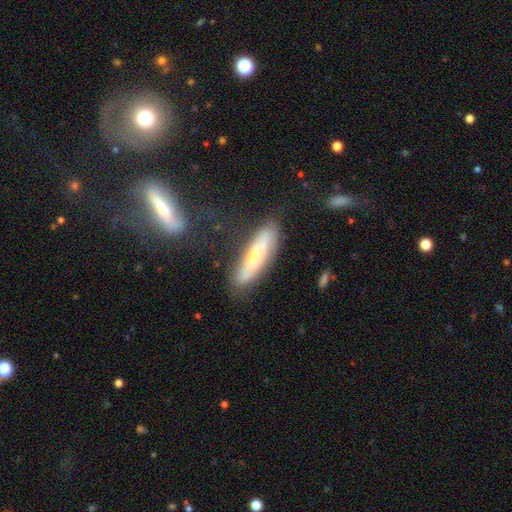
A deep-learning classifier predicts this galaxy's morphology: type=featured or disk (52%); edge-on=yes (56%); merging=none (74%).